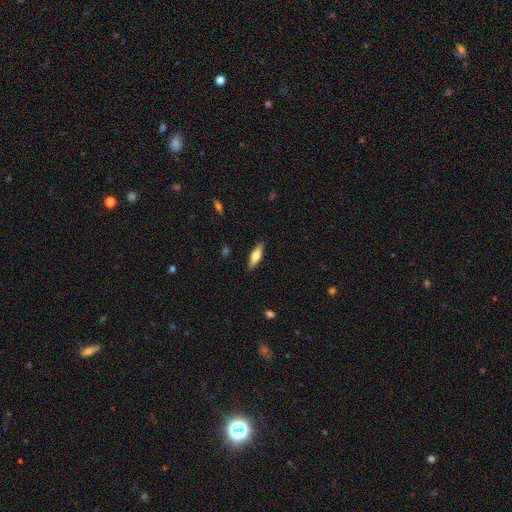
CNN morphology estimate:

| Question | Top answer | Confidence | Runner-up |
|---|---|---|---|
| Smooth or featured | smooth | 61% | featured or disk (32%) |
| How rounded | cigar-shaped | 50% | in between (48%) |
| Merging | none | 88% | minor disturbance (9%) |